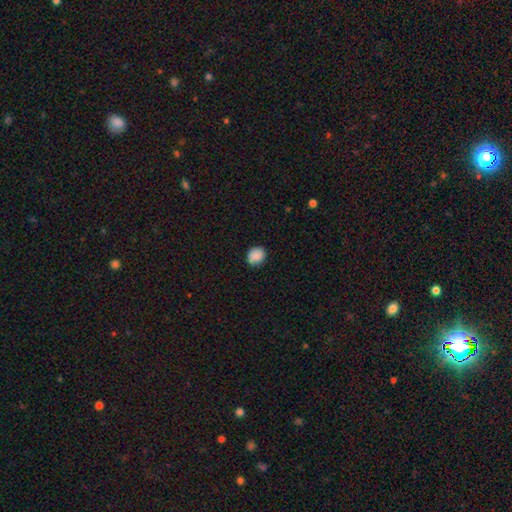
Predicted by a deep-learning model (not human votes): The model was most divided on "how rounded": round: 69%, in between: 30%, cigar-shaped: 1%. More confident: smooth or featured — smooth (88%); merging — none (80%).